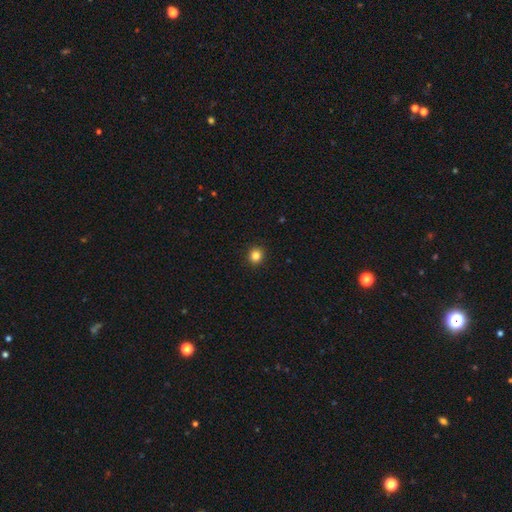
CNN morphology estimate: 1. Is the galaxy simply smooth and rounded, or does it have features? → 84% smooth, 12% star or artifact, 5% featured or disk.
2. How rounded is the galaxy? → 90% round, 9% in between, 1% cigar-shaped.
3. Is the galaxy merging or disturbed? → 93% none, 5% minor disturbance, 2% major disturbance, 1% merger.